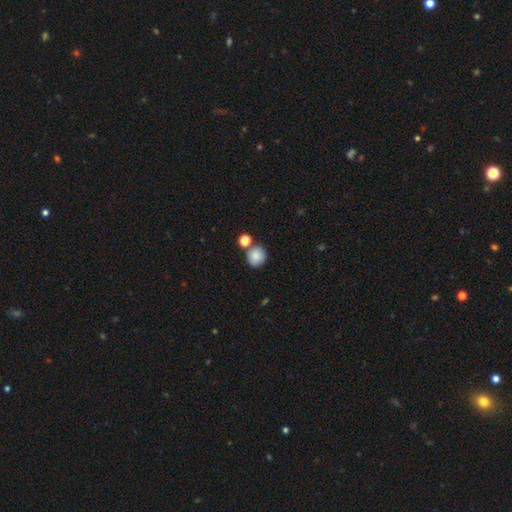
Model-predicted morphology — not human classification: The model was most divided on "merging": none: 69%, merger: 17%, minor disturbance: 11%, major disturbance: 3%. More confident: smooth or featured — smooth (85%); how rounded — round (82%).